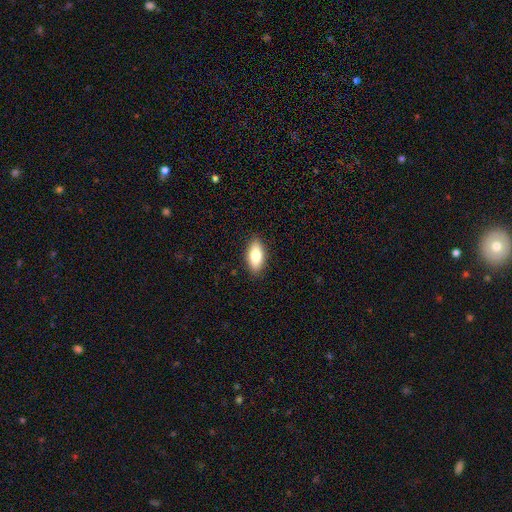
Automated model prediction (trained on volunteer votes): smooth_or_featured: smooth (p=0.80) [alt: featured or disk p=0.13]
how_rounded: in between (p=0.87) [alt: cigar-shaped p=0.10]
merging: none (p=0.88) [alt: minor disturbance p=0.09]